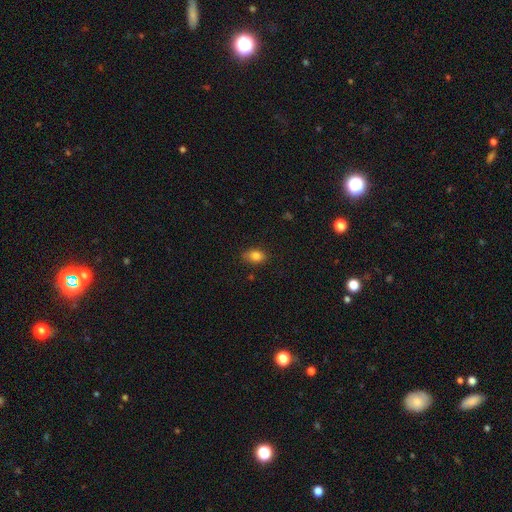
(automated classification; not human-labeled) smooth-or-featured: smooth: 84% | star or artifact: 10% | featured or disk: 6%
  how-rounded: in between: 82% | round: 16% | cigar-shaped: 2%
  merging: none: 76% | minor disturbance: 19% | major disturbance: 4% | merger: 1%